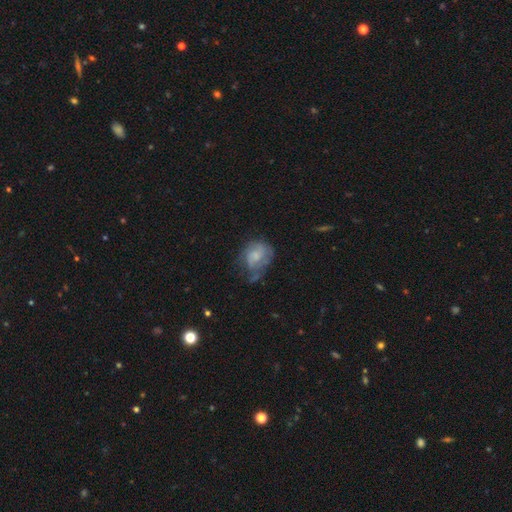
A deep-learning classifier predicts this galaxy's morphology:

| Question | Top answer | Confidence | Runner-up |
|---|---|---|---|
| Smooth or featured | featured or disk | 48% | smooth (43%) |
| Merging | none | 37% | minor disturbance (31%) |